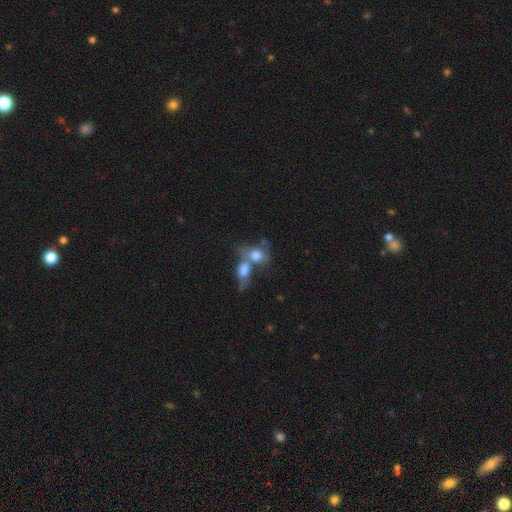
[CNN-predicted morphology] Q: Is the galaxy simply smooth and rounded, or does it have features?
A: smooth — 70%.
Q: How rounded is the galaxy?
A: in between — 59%.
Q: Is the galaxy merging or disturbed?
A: merger — 67%.